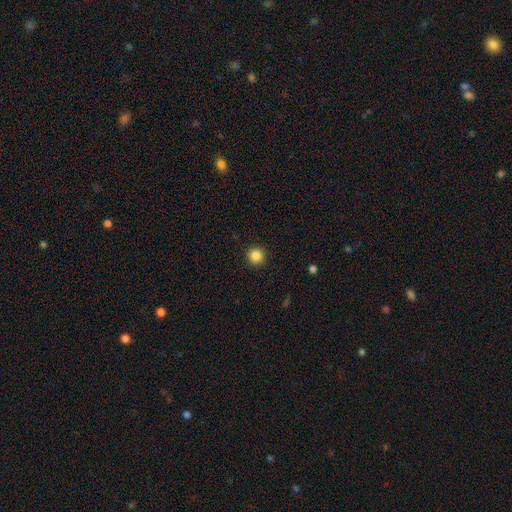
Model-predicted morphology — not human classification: smooth 85%, star or artifact 11%, featured or disk 4%. Down the decision tree: how rounded — round (95%); merging — none (92%).